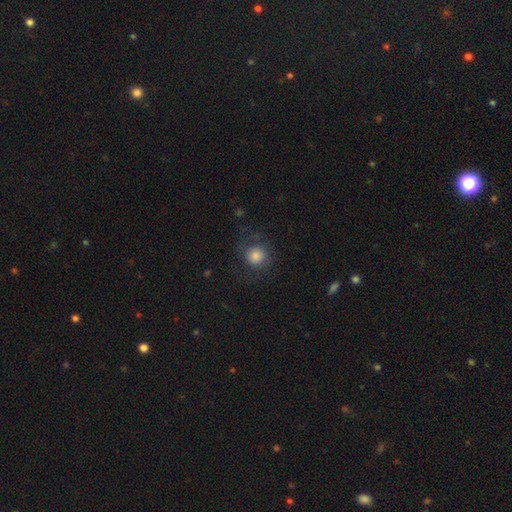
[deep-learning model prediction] Smooth or featured? smooth (74%)
How rounded? round (90%)
Merging? none (68%)